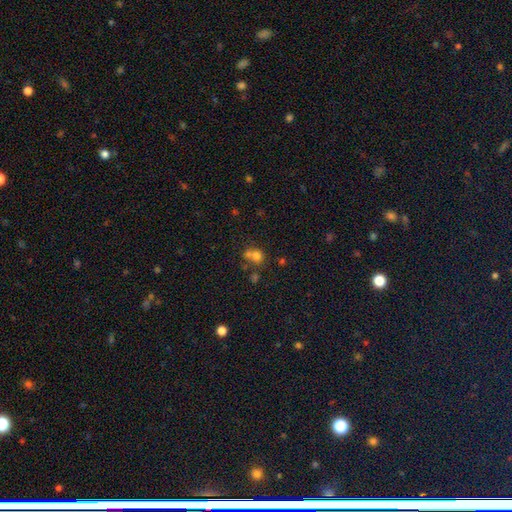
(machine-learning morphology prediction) type=smooth (70%); roundness=round (78%); merging=merger (45%).